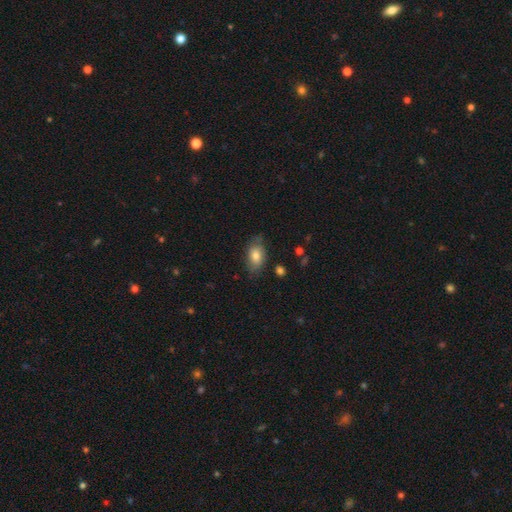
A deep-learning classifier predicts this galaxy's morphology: Smooth or featured: smooth — 75% (featured or disk — 18%)
How rounded: in between — 89% (round — 8%)
Merging: none — 67% (minor disturbance — 24%)